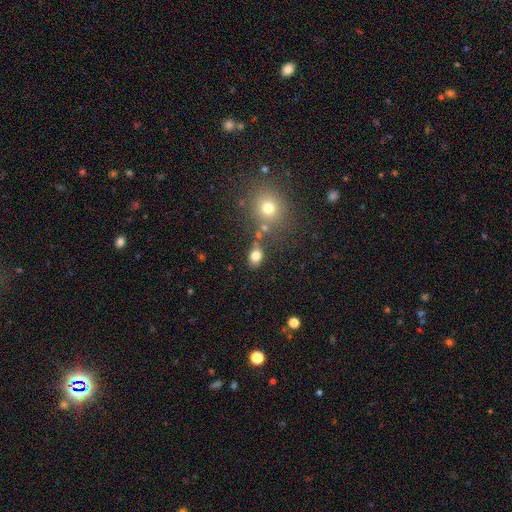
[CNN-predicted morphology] Overall: smooth (79%). How rounded: in between (65%; round 33%). Merging: none (71%).